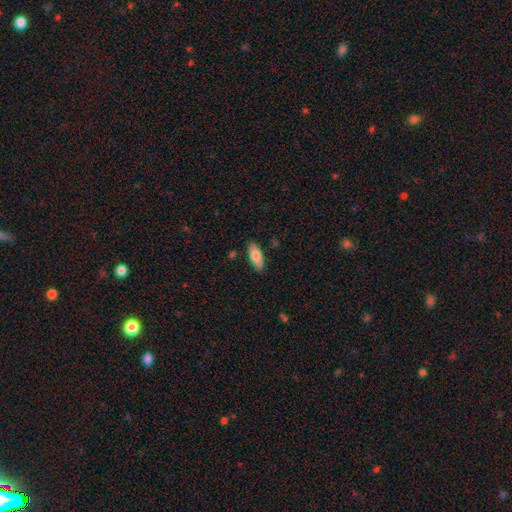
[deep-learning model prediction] Smooth or featured? smooth (75%)
How rounded? in between (79%)
Merging? none (84%)